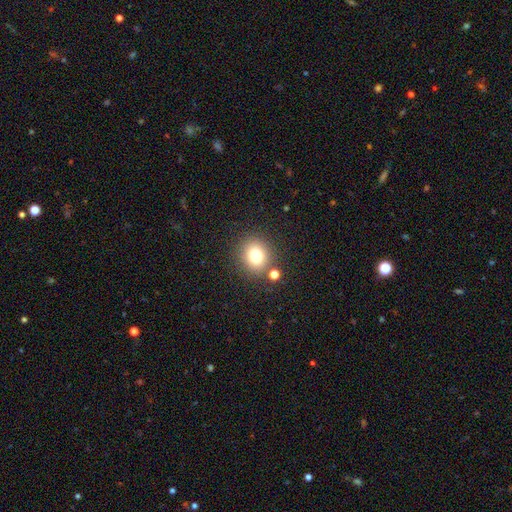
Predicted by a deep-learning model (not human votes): smooth 79%, star or artifact 13%, featured or disk 8%. Down the decision tree: how rounded — round (76%); merging — none (80%).